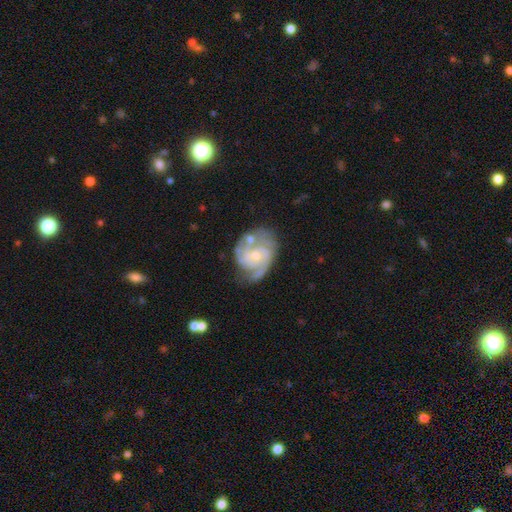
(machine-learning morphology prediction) Smooth or featured? featured or disk (88%)
Edge-on disk? no (98%)
Bar? no (64%)
Spiral arms? yes (97%)
Spiral winding? tight (58%)
Spiral arm count? 2 (36%)
Bulge size? small (67%)
Merging? none (59%)